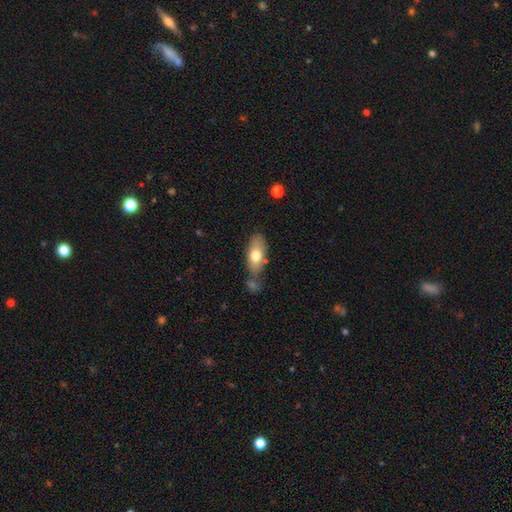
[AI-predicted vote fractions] A smooth galaxy with no disk features (71%) that is in between round and cigar-shaped (84%).

Vote fractions:
- Smooth or featured? smooth: 71% / featured or disk: 22% / star or artifact: 7%
- How rounded? in between: 84% / cigar-shaped: 11% / round: 5%
- Merging? none: 59% / minor disturbance: 19% / merger: 15% / major disturbance: 6%